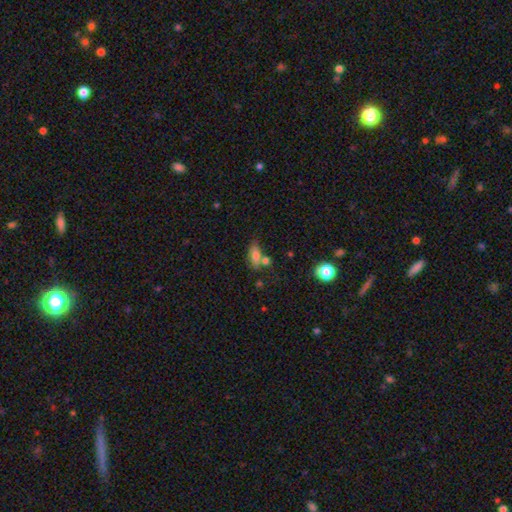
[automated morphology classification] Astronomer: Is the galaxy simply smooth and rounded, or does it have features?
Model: smooth — 74%.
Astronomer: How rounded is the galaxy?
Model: in between — 70%.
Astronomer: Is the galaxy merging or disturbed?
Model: none — 53%.